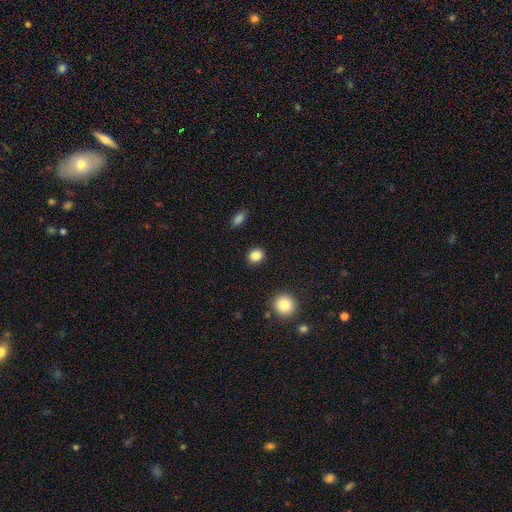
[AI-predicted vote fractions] smooth-or-featured: smooth: 86% | star or artifact: 10% | featured or disk: 4%
  how-rounded: round: 71% | in between: 28% | cigar-shaped: 1%
  merging: none: 90% | minor disturbance: 6% | major disturbance: 2% | merger: 2%